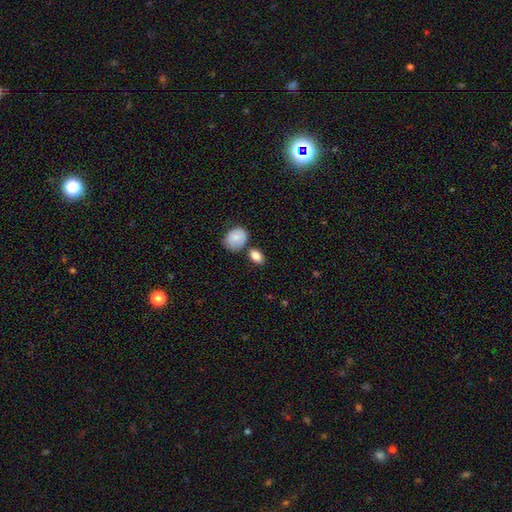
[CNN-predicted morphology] This appears to be a smooth galaxy with no disk features (85%) that is in between round and cigar-shaped (82%). Merging: none (67%).